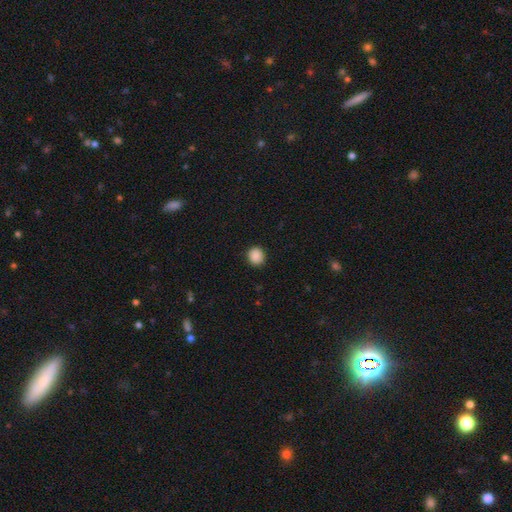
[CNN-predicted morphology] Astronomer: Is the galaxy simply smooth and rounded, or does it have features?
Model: smooth — 89%.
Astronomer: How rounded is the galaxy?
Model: round — 83%.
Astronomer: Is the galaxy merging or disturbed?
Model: none — 91%.